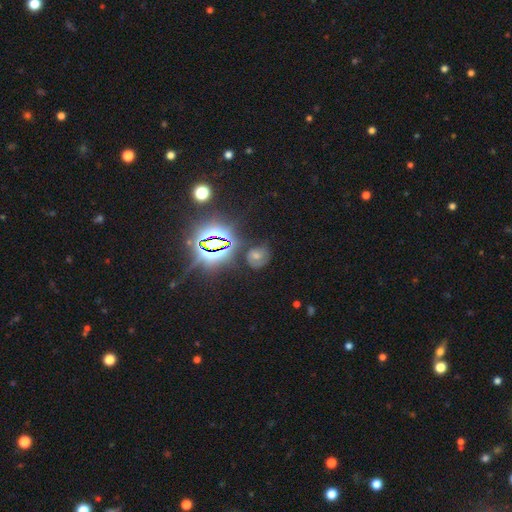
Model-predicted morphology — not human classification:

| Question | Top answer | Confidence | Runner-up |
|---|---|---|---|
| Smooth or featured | star or artifact | 53% | featured or disk (24%) |